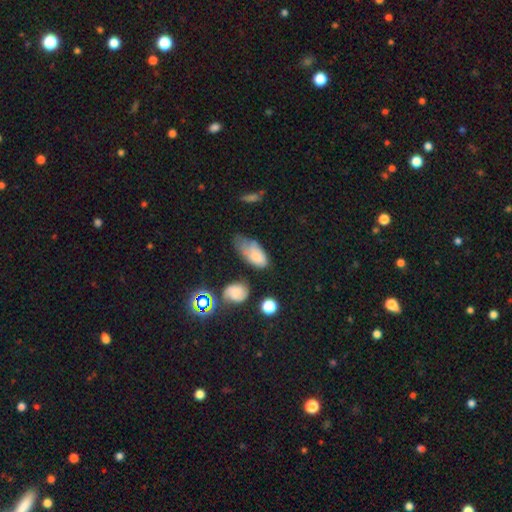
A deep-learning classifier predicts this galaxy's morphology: type=smooth (72%); roundness=in between (89%); merging=minor disturbance (40%).